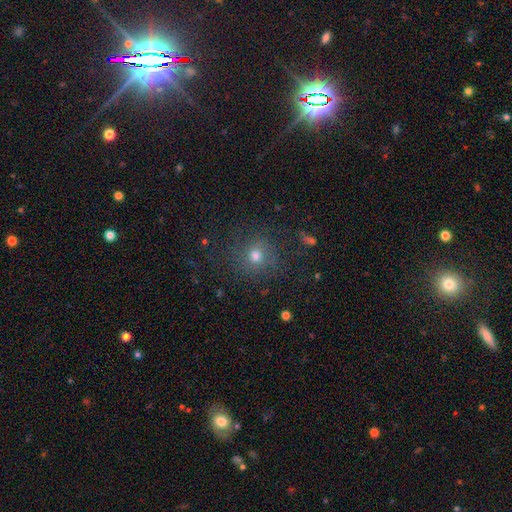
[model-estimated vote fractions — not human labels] Smooth or featured? smooth (66%)
How rounded? round (89%)
Merging? none (80%)